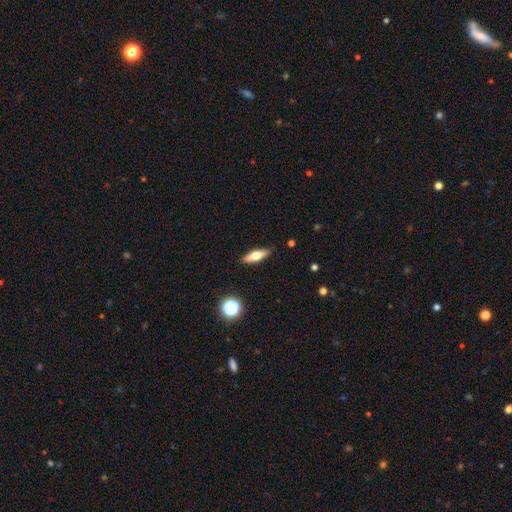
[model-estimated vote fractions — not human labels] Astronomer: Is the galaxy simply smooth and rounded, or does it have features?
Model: smooth — 54% (runner-up: featured or disk, 39%).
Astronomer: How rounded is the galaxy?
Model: cigar-shaped — 53% (runner-up: in between, 43%).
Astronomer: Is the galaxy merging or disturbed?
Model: none — 89%.